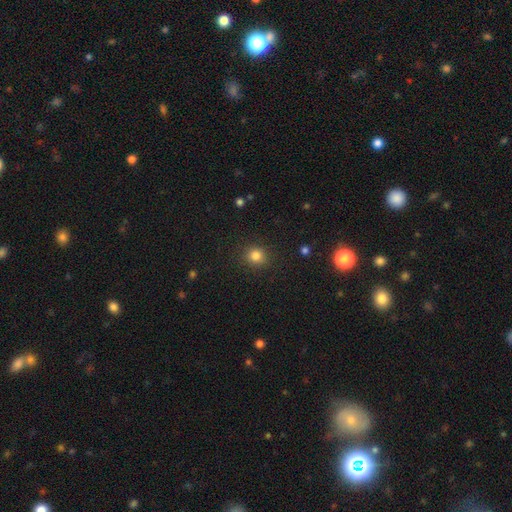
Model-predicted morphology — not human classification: Q: Smooth or featured?
A: smooth (83%); runner-up: star or artifact (12%)
Q: How rounded?
A: round (87%); runner-up: in between (13%)
Q: Merging?
A: none (89%); runner-up: minor disturbance (7%)